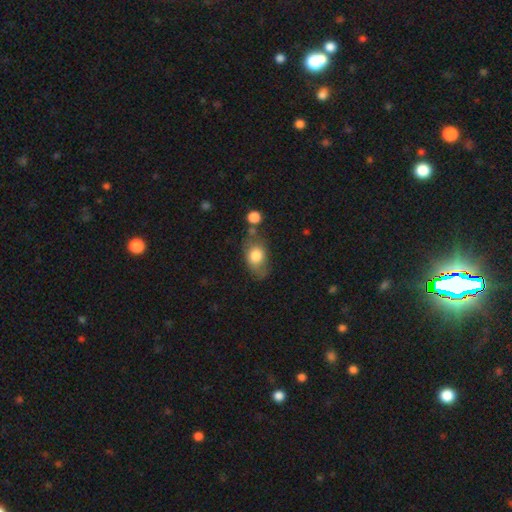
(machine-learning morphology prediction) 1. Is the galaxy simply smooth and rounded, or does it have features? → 77% smooth, 15% featured or disk, 7% star or artifact.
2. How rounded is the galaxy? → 79% in between, 19% round, 2% cigar-shaped.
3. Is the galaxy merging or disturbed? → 56% none, 24% minor disturbance, 11% merger, 10% major disturbance.